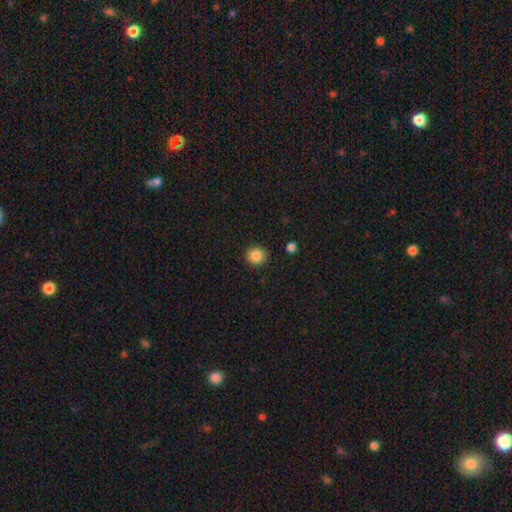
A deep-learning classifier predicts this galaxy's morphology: Smooth or featured? Predicted: smooth (p=0.86). How rounded? Predicted: round (p=0.89). Merging? Predicted: none (p=0.91).